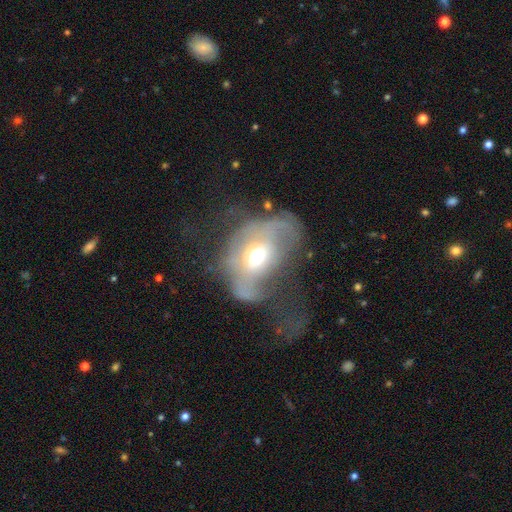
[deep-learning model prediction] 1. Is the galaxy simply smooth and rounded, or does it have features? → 51% featured or disk, 40% smooth, 10% star or artifact.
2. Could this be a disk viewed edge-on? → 94% no, 6% yes.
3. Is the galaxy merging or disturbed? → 61% major disturbance, 17% minor disturbance, 16% none, 6% merger.